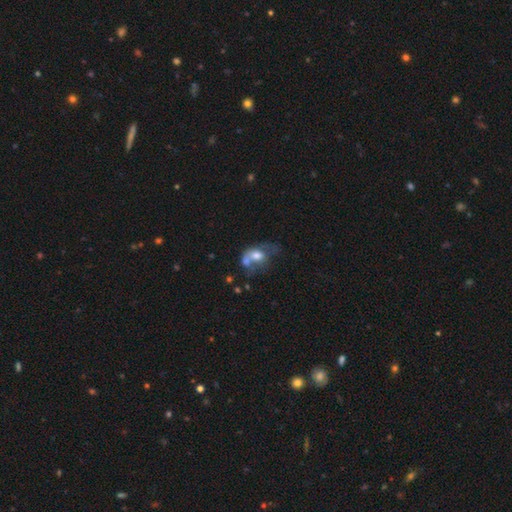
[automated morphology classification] smooth-or-featured: smooth: 55% | featured or disk: 34% | star or artifact: 11%
  how-rounded: in between: 67% | round: 31% | cigar-shaped: 2%
  merging: merger: 43% | major disturbance: 25% | none: 18% | minor disturbance: 14%